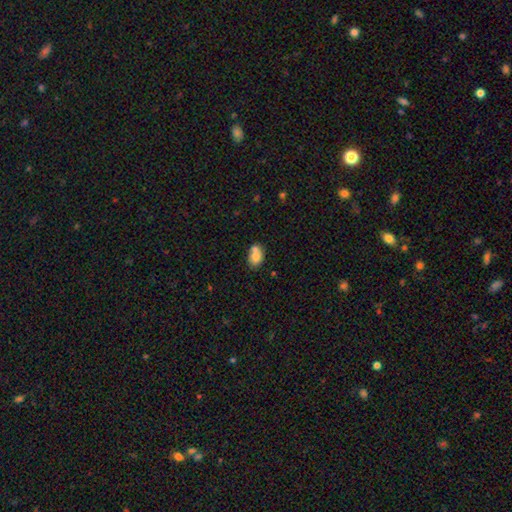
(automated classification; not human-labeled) A smooth galaxy with no disk features (76%) that is in between round and cigar-shaped (71%). Merging: merger (45%).